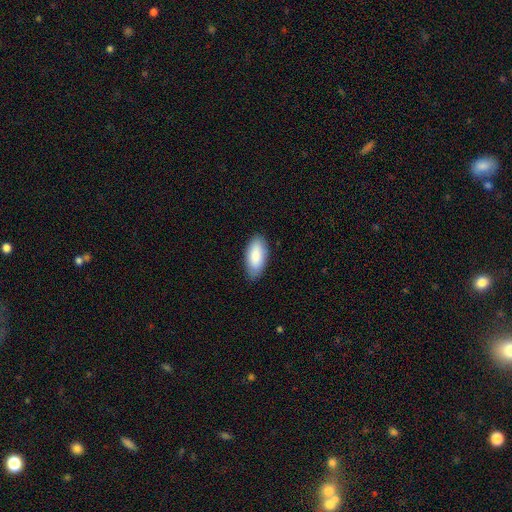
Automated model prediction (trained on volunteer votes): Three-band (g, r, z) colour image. It shows a smooth galaxy with no disk features (86%) that is in between round and cigar-shaped (90%). Merging: none (84%).